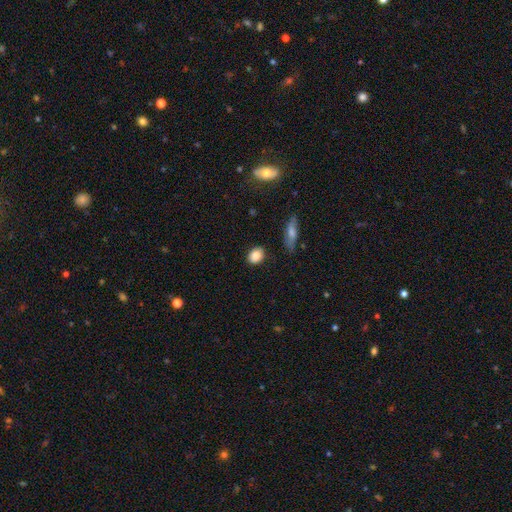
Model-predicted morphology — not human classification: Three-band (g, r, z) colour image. It shows a smooth galaxy with no disk features (86%) that is in between round and cigar-shaped (52%). Merging: none (84%).